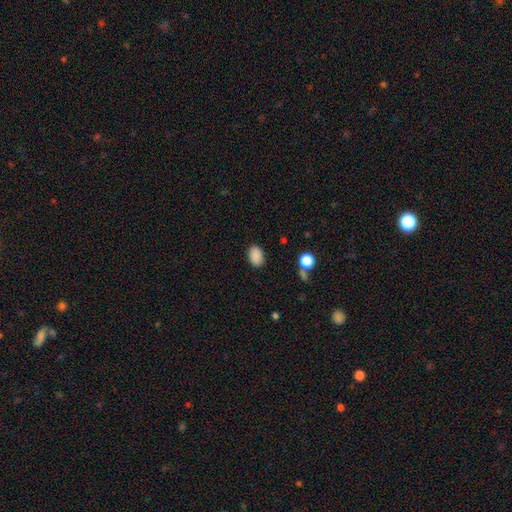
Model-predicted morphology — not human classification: A smooth galaxy with no disk features (88%) that is in between round and cigar-shaped (83%). Merging: none (86%).